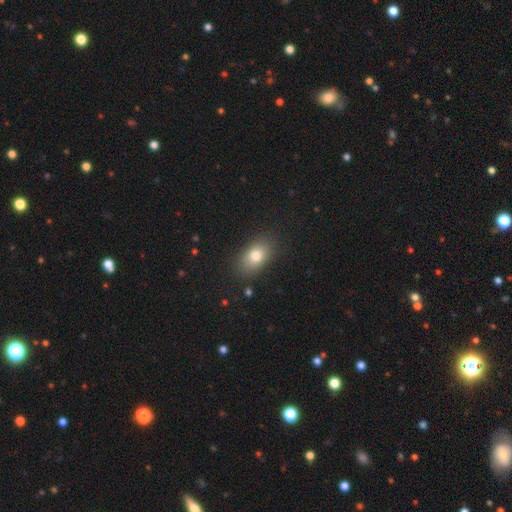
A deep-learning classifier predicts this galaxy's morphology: Smooth or featured?
  - smooth: 79% *
  - featured or disk: 11%
  - star or artifact: 10%
How rounded?
  - in between: 82% *
  - round: 16%
  - cigar-shaped: 2%
Merging?
  - none: 84% *
  - minor disturbance: 11%
  - major disturbance: 4%
  - merger: 1%